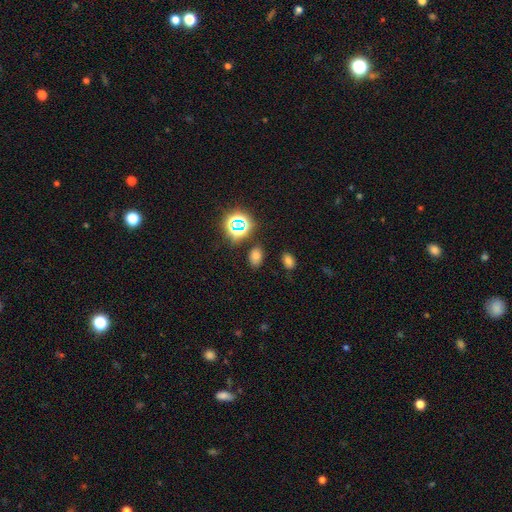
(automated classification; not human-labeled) A smooth galaxy with no disk features (68%) that is in between round and cigar-shaped (80%). Merging: none (83%).